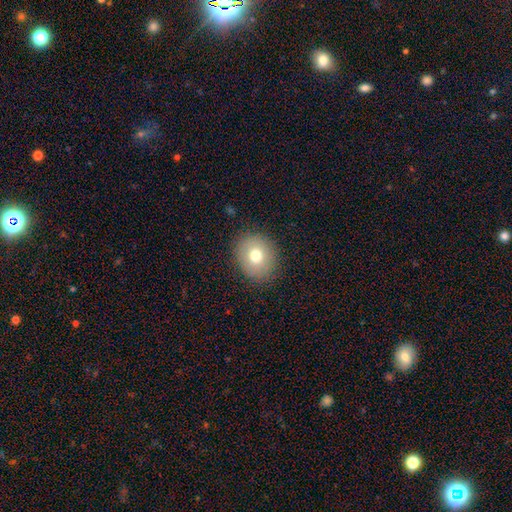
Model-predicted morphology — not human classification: Overall: smooth (74%). How rounded: round (70%). Merging: none (87%).